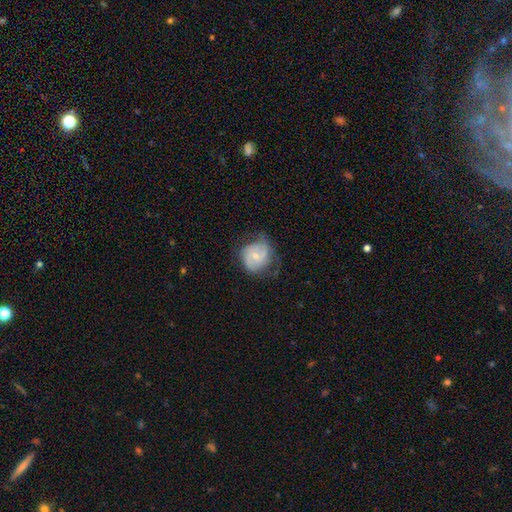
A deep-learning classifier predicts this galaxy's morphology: Overall: featured or disk (49%; smooth 44%). Merging: none (53%; minor disturbance 31%).